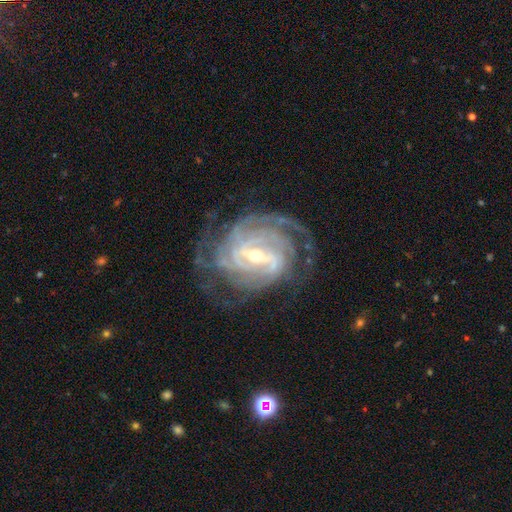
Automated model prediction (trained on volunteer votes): featured or disk 92%, star or artifact 5%, smooth 3%. Down the decision tree: edge-on disk — no (97%); bar — strong (49%); spiral arms — yes (98%); spiral arm count — 4 (27%); spiral winding — tight (68%); bulge size — small (52%); merging — none (73%).